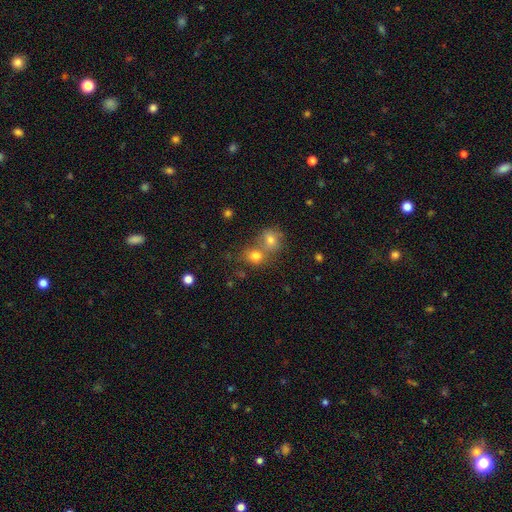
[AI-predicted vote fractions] This appears to be a smooth galaxy with no disk features (75%) that is round (73%). Merging: merger (51%).